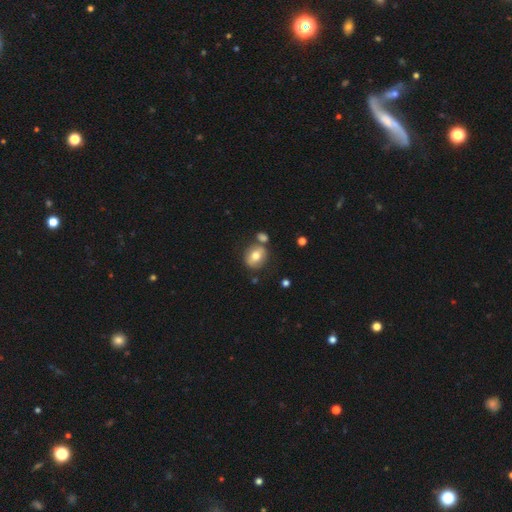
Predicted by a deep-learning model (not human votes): smooth-or-featured: smooth: 70% | featured or disk: 21% | star or artifact: 9%
  how-rounded: round: 54% | in between: 45% | cigar-shaped: 1%
  merging: none: 66% | merger: 17% | minor disturbance: 13% | major disturbance: 4%